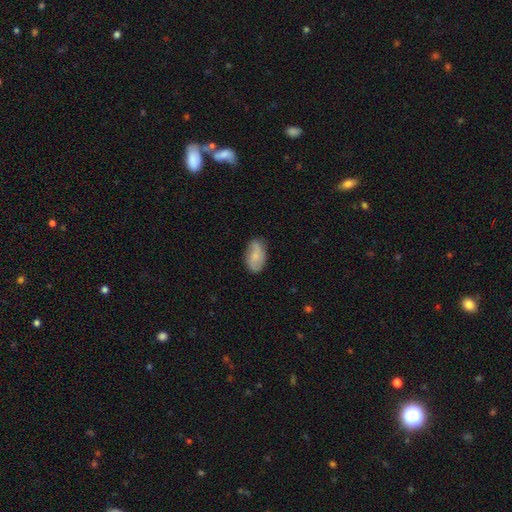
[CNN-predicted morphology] Smooth or featured?
  - smooth: 68% *
  - featured or disk: 26%
  - star or artifact: 7%
How rounded?
  - in between: 92% *
  - round: 5%
  - cigar-shaped: 2%
Merging?
  - none: 72% *
  - minor disturbance: 22%
  - major disturbance: 5%
  - merger: 2%